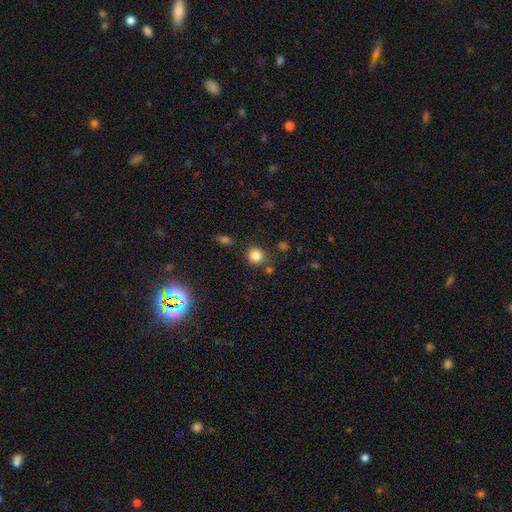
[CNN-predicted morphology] The model was most divided on "smooth or featured": smooth: 83%, star or artifact: 12%, featured or disk: 4%. More confident: how rounded — round (91%); merging — none (82%).